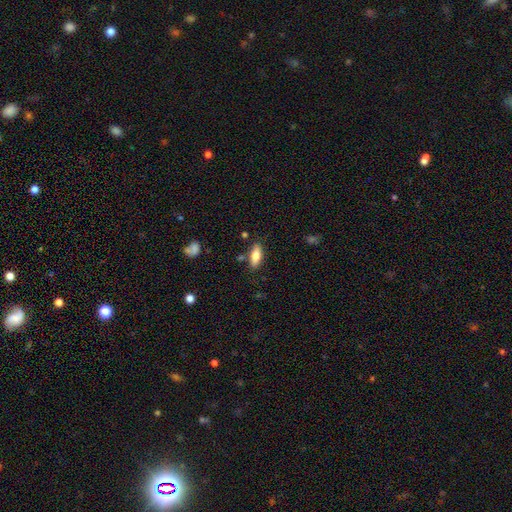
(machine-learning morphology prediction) type=smooth (75%); roundness=in between (75%); merging=none (81%).